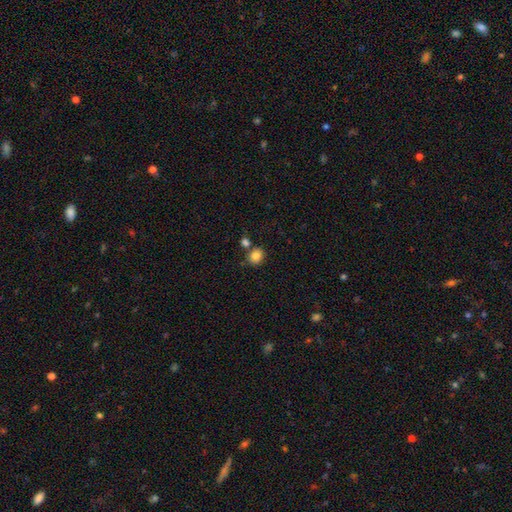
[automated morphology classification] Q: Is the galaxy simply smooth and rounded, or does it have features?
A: smooth — 84%.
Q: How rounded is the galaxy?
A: round — 79%.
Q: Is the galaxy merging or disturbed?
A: none — 74%.